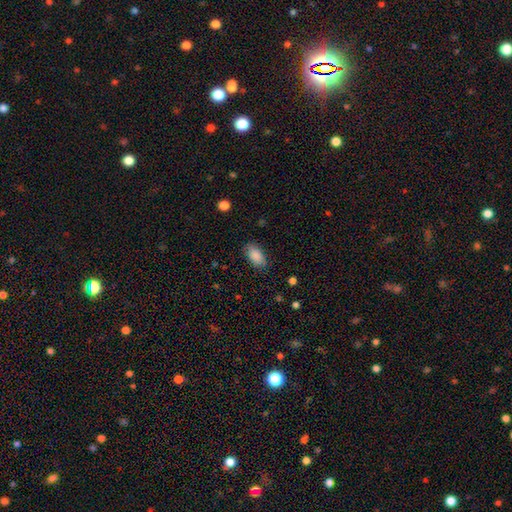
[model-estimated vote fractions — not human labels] smooth-or-featured: smooth: 88% | star or artifact: 7% | featured or disk: 5%
  how-rounded: in between: 92% | round: 4% | cigar-shaped: 3%
  merging: none: 82% | minor disturbance: 13% | major disturbance: 3% | merger: 1%